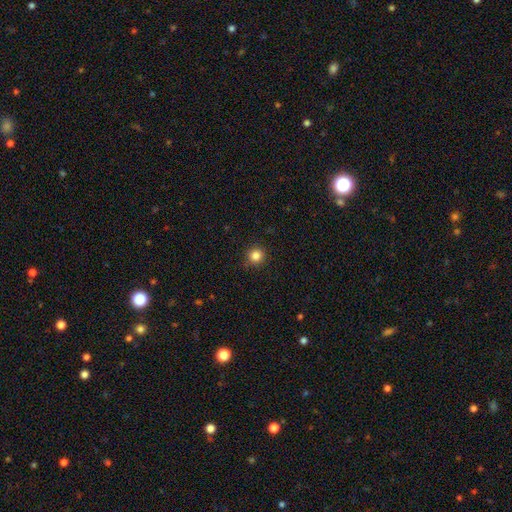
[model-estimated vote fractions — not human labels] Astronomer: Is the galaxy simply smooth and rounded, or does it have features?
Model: smooth — 84%.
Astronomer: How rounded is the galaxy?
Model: round — 94%.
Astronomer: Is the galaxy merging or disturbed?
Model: none — 90%.